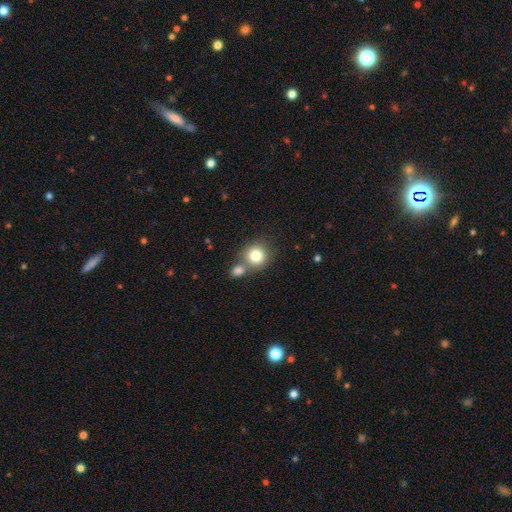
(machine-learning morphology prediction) Overall: smooth (78%). How rounded: round (88%). Merging: none (55%; merger 34%).